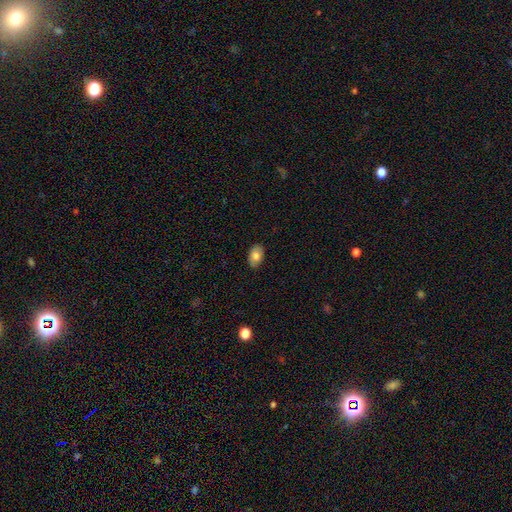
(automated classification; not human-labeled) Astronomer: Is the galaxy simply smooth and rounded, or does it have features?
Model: smooth — 81%.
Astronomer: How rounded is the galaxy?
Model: in between — 88%.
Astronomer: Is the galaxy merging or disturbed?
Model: none — 86%.